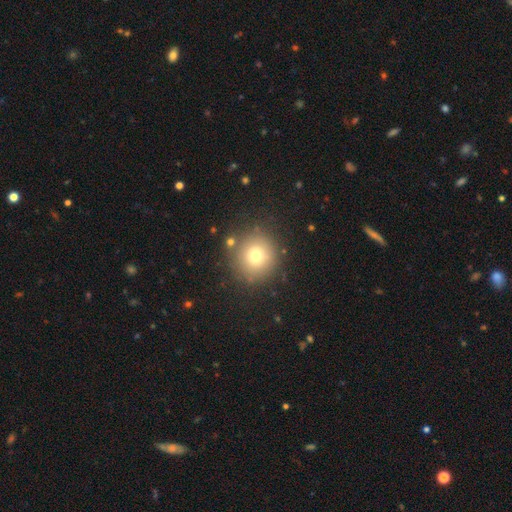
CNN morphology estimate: smooth_or_featured: smooth (p=0.74) [alt: star or artifact p=0.14]
how_rounded: round (p=0.93) [alt: in between p=0.06]
merging: none (p=0.85) [alt: minor disturbance p=0.09]